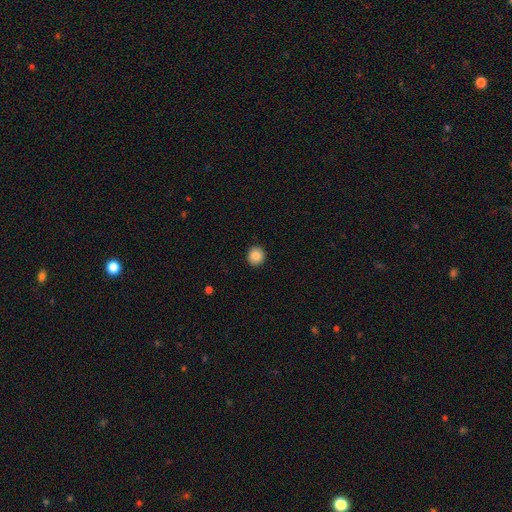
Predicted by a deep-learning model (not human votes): This appears to be a smooth galaxy with no disk features (87%) that is round (91%). Merging: none (92%).